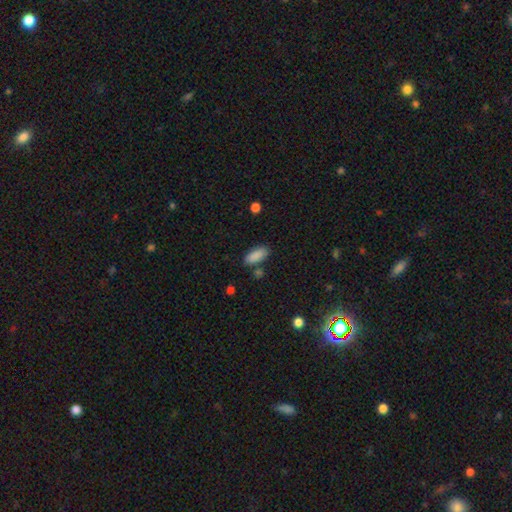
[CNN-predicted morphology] Overall: smooth (89%). How rounded: in between (81%). Merging: none (77%).